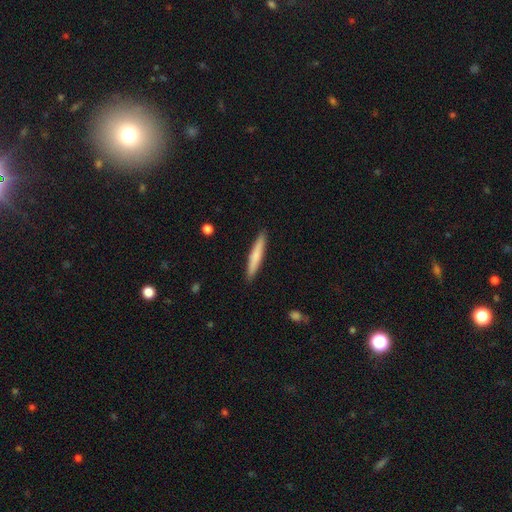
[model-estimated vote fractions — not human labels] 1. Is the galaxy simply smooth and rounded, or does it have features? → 69% smooth, 25% featured or disk, 5% star or artifact.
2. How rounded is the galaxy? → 94% cigar-shaped, 5% in between, 1% round.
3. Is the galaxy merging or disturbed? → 91% none, 7% minor disturbance, 1% major disturbance, 1% merger.